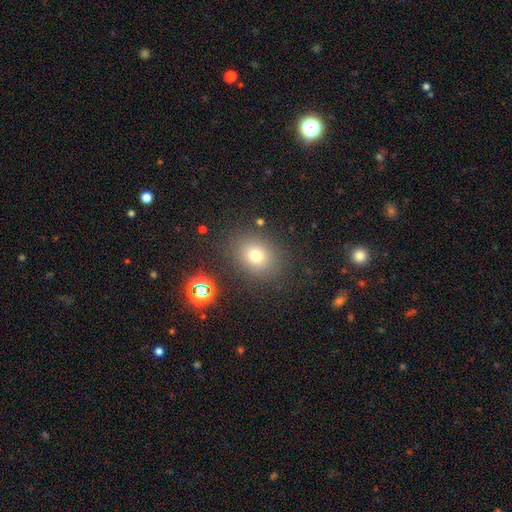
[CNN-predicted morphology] smooth_or_featured: smooth (p=0.72) [alt: star or artifact p=0.17]
how_rounded: round (p=0.53) [alt: in between p=0.46]
merging: none (p=0.83) [alt: minor disturbance p=0.10]